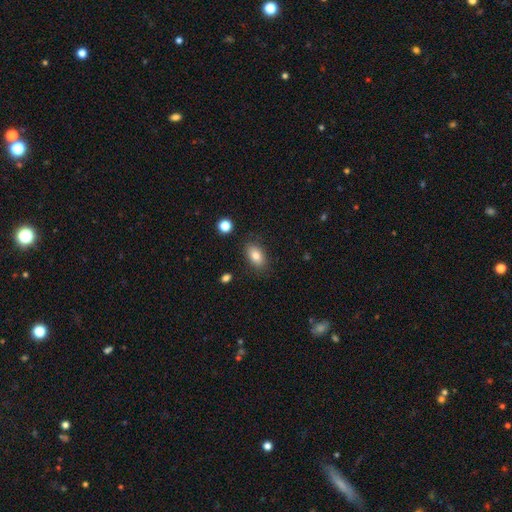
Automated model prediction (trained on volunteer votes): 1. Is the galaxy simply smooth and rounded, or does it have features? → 80% smooth, 11% featured or disk, 9% star or artifact.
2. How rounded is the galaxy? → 89% in between, 8% round, 3% cigar-shaped.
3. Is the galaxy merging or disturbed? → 84% none, 11% minor disturbance, 3% major disturbance, 2% merger.